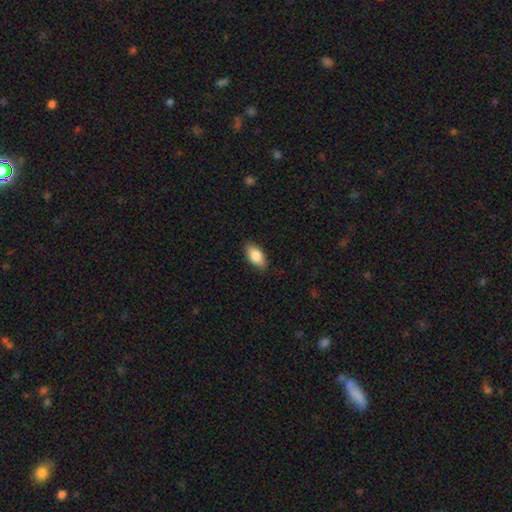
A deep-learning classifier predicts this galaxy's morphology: smooth 84%, featured or disk 9%, star or artifact 7%. Down the decision tree: how rounded — in between (92%); merging — none (85%).